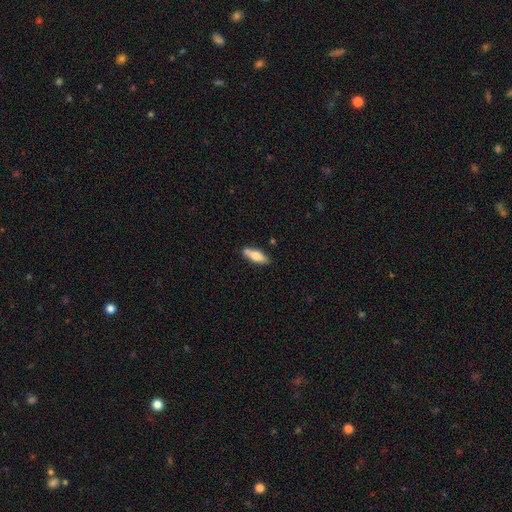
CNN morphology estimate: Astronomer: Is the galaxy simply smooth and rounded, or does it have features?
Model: smooth — 70%.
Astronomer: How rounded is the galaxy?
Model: in between — 56% (runner-up: cigar-shaped, 41%).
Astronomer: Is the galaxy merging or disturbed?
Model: none — 77%.